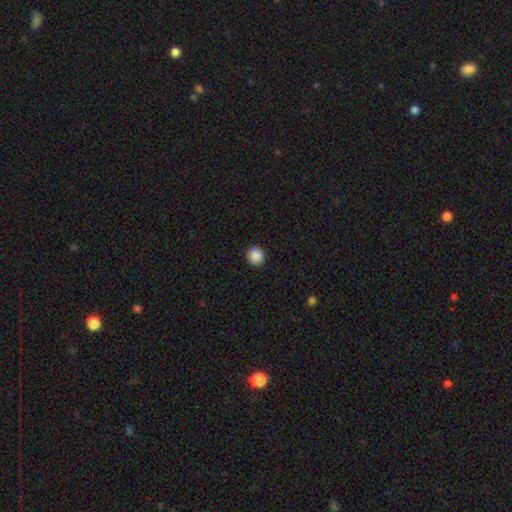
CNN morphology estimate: smooth-or-featured: smooth: 88% | star or artifact: 9% | featured or disk: 3%
  how-rounded: round: 94% | in between: 5% | cigar-shaped: 1%
  merging: none: 91% | minor disturbance: 6% | major disturbance: 2% | merger: 1%